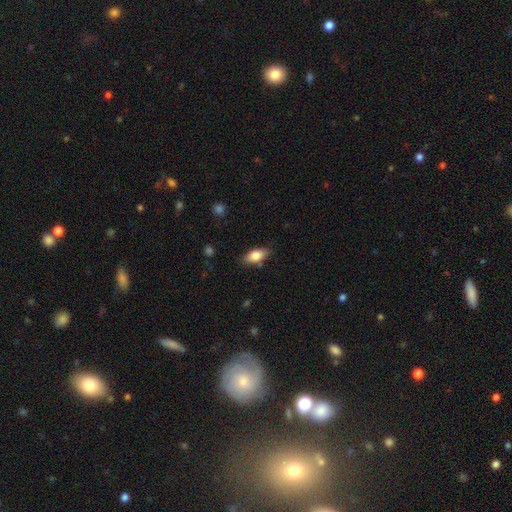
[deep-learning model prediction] Smooth or featured? Predicted: smooth (p=0.78). How rounded? Predicted: in between (p=0.85). Merging? Predicted: none (p=0.80).